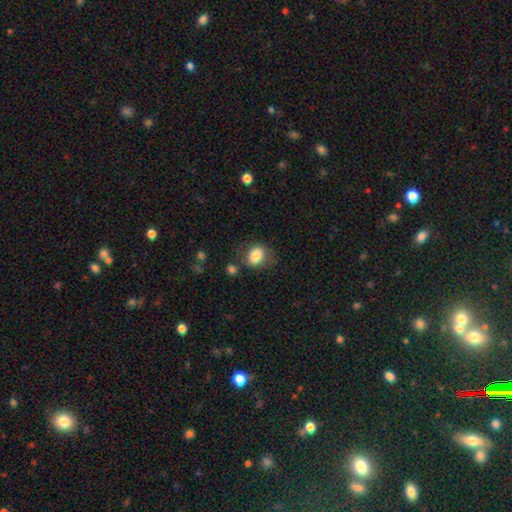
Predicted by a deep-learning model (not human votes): smooth_or_featured: smooth (p=0.82) [alt: featured or disk p=0.10]
how_rounded: in between (p=0.68) [alt: round p=0.30]
merging: none (p=0.65) [alt: minor disturbance p=0.20]